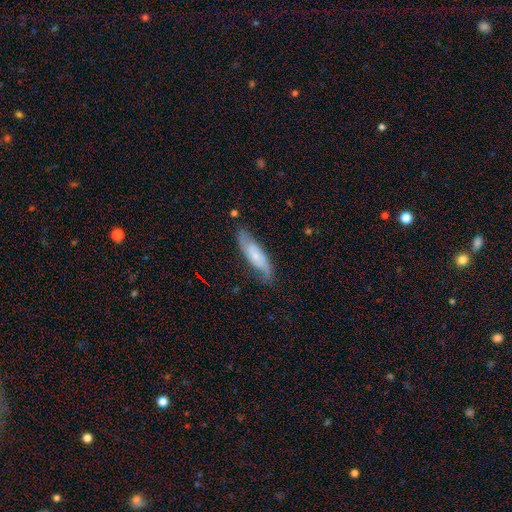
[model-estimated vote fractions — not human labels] A featured or disk galaxy (48%). Merging: none (73%).